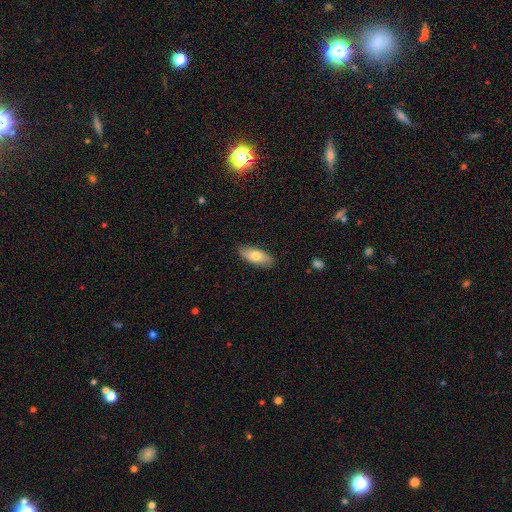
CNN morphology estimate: Smooth or featured?
  - smooth: 73% *
  - featured or disk: 20%
  - star or artifact: 6%
How rounded?
  - in between: 82% *
  - cigar-shaped: 16%
  - round: 3%
Merging?
  - none: 87% *
  - minor disturbance: 10%
  - major disturbance: 2%
  - merger: 1%